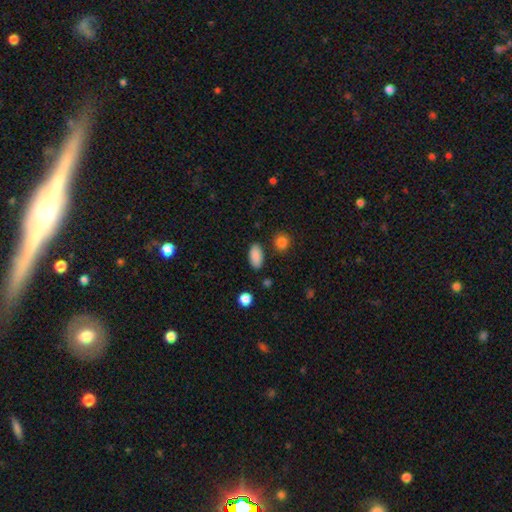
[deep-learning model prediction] Smooth or featured: smooth — 87% (star or artifact — 8%)
How rounded: in between — 92% (round — 4%)
Merging: none — 85% (minor disturbance — 10%)